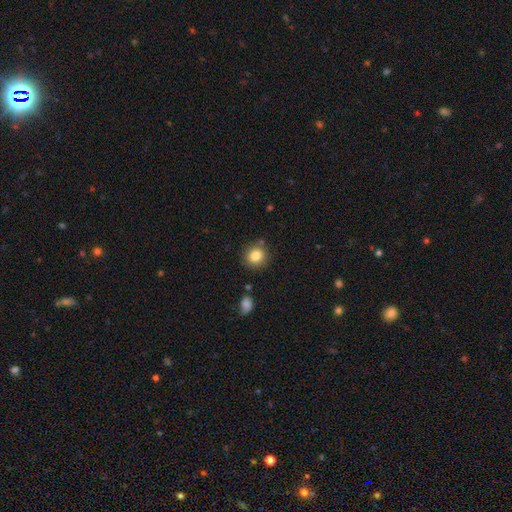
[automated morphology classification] smooth-or-featured: smooth: 83% | star or artifact: 10% | featured or disk: 7%
  how-rounded: round: 88% | in between: 11% | cigar-shaped: 1%
  merging: none: 83% | minor disturbance: 10% | merger: 5% | major disturbance: 3%